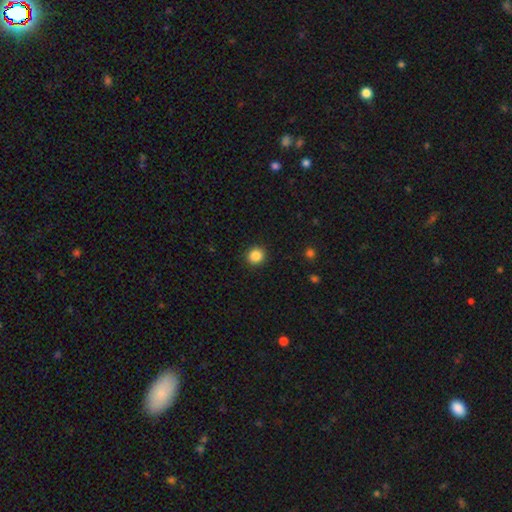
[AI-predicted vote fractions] smooth 86%, star or artifact 10%, featured or disk 3%. Down the decision tree: how rounded — round (90%); merging — none (92%).